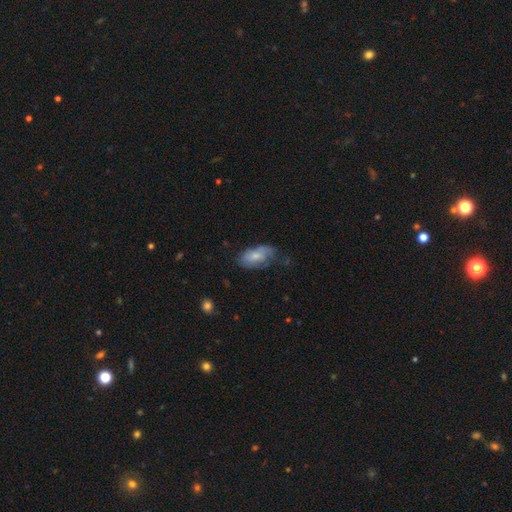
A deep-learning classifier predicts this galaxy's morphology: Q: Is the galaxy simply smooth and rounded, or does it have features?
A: smooth — 64%.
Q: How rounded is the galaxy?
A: in between — 92%.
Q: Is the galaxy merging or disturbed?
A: none — 41%.